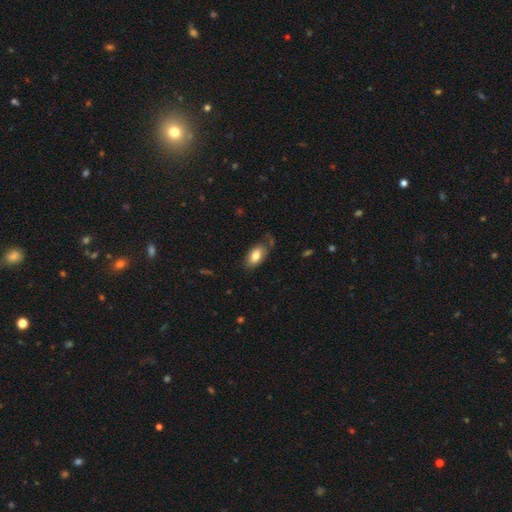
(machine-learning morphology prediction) This is likely a smooth galaxy (80%). How rounded: clearly in between (93%). Merging: likely none (68%).